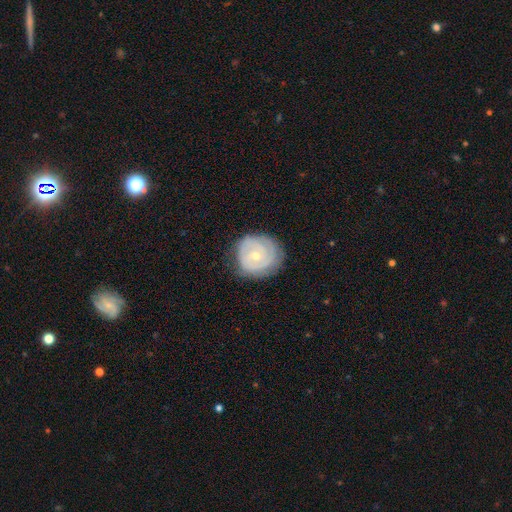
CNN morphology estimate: Overall: featured or disk (70%). Edge-on disk: no (98%). Bar: no (75%). Spiral arms: yes (83%). Spiral arm count: 2 (36%; can't tell 35%). Spiral winding: tight (74%). Bulge size: small (58%; moderate 39%). Merging: none (75%).